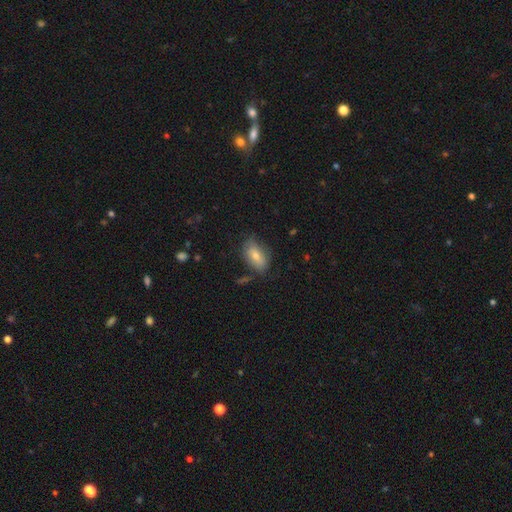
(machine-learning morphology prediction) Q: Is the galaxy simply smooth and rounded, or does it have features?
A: smooth — 69%.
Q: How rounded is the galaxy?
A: in between — 88%.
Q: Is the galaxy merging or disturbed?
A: none — 65%.